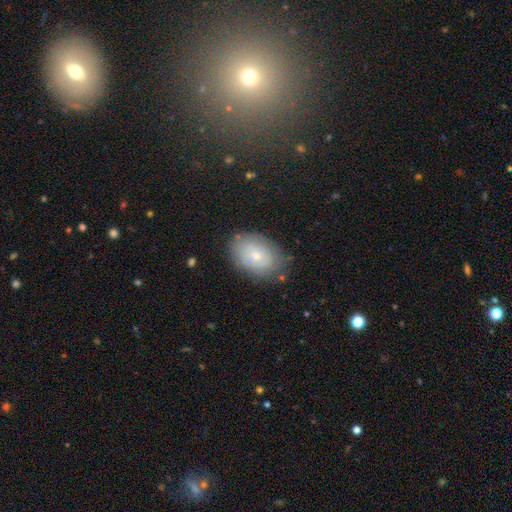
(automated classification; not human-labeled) Smooth or featured: smooth — 68% (featured or disk — 24%)
How rounded: in between — 84% (round — 14%)
Merging: none — 76% (minor disturbance — 18%)